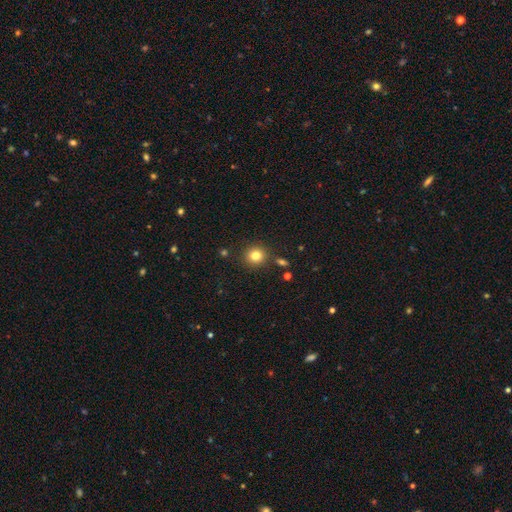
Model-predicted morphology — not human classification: Q: Smooth or featured?
A: smooth (81%); runner-up: star or artifact (12%)
Q: How rounded?
A: round (91%); runner-up: in between (8%)
Q: Merging?
A: none (87%); runner-up: minor disturbance (7%)